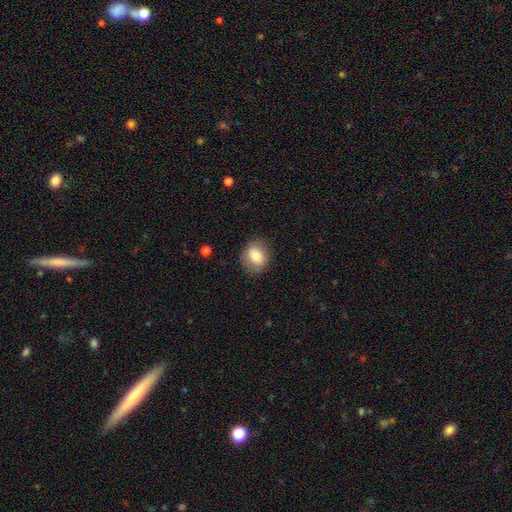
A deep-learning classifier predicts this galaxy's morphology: This is likely a smooth galaxy (79%). How rounded: possibly round (54%). Merging: clearly none (80%).